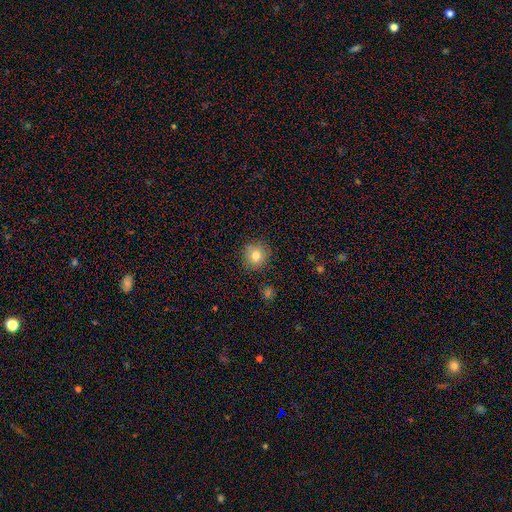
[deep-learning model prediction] smooth_or_featured: smooth (p=0.78) [alt: star or artifact p=0.12]
how_rounded: round (p=0.89) [alt: in between p=0.10]
merging: none (p=0.85) [alt: minor disturbance p=0.11]